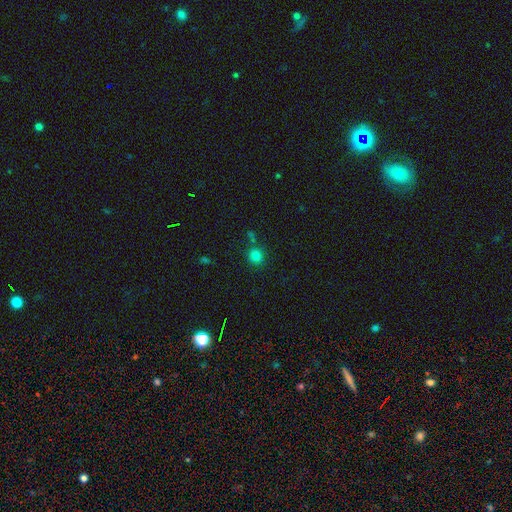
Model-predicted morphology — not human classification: Smooth or featured? smooth (80%)
How rounded? round (90%)
Merging? none (77%)